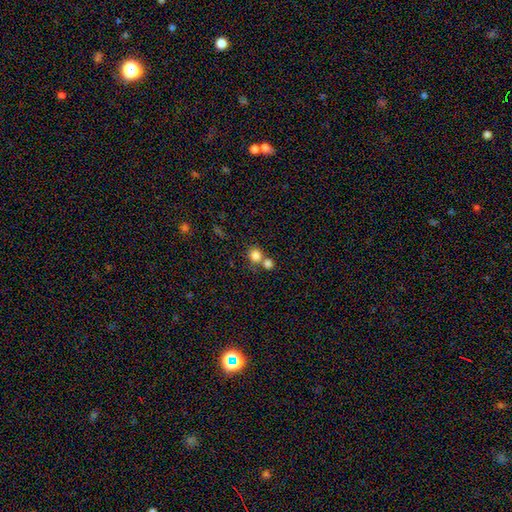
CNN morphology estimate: Overall: smooth (82%). How rounded: round (86%). Merging: none (48%; merger 42%).